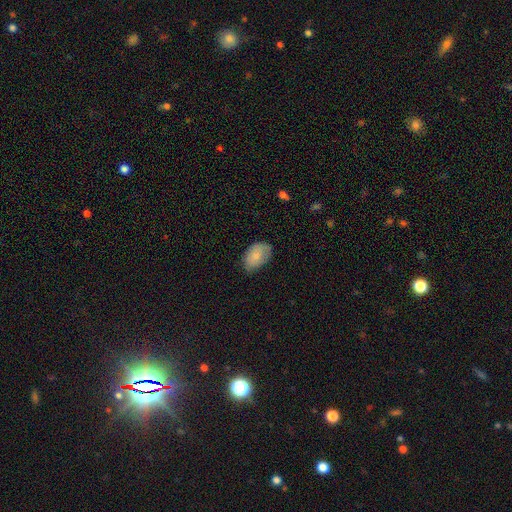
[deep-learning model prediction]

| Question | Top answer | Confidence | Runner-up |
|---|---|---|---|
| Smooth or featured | smooth | 81% | featured or disk (13%) |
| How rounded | in between | 89% | round (10%) |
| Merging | none | 61% | minor disturbance (31%) |